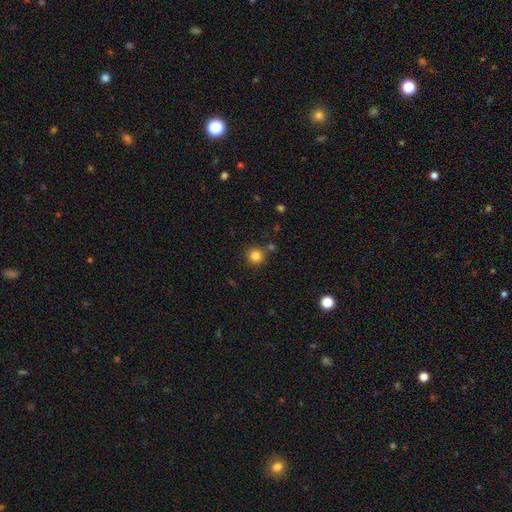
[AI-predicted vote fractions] Overall: smooth (83%). How rounded: round (94%). Merging: none (83%).